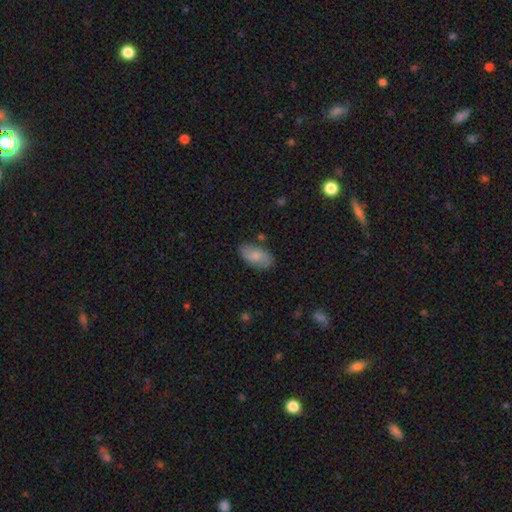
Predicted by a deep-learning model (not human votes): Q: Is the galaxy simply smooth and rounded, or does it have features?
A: smooth — 65%.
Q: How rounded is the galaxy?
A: in between — 94%.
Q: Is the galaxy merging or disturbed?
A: none — 77%.